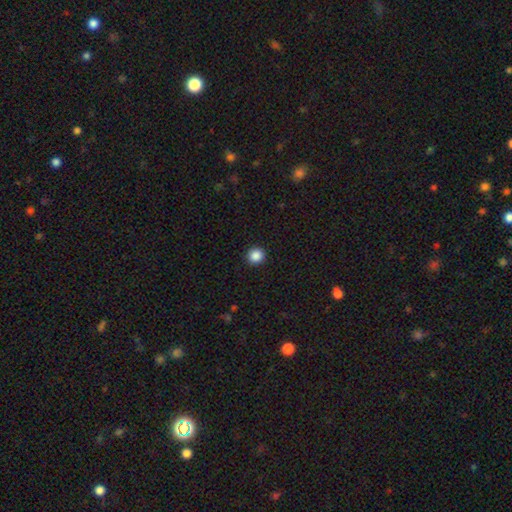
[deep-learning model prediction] Smooth or featured?
  - smooth: 87% *
  - star or artifact: 10%
  - featured or disk: 3%
How rounded?
  - round: 93% *
  - in between: 6%
  - cigar-shaped: 1%
Merging?
  - none: 93% *
  - minor disturbance: 4%
  - major disturbance: 2%
  - merger: 1%